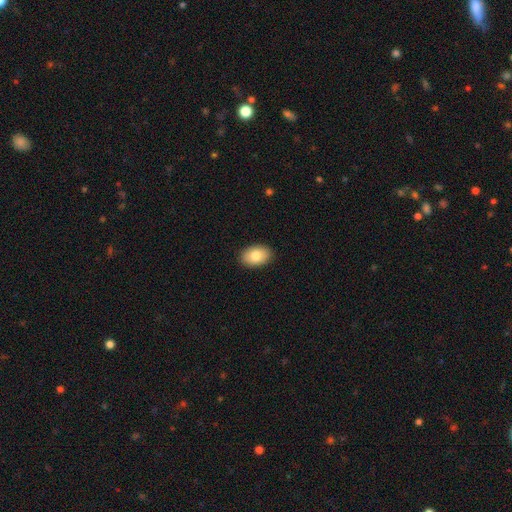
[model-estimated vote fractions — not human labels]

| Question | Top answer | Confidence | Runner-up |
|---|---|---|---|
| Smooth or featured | smooth | 83% | featured or disk (10%) |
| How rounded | in between | 87% | round (12%) |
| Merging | none | 90% | minor disturbance (7%) |